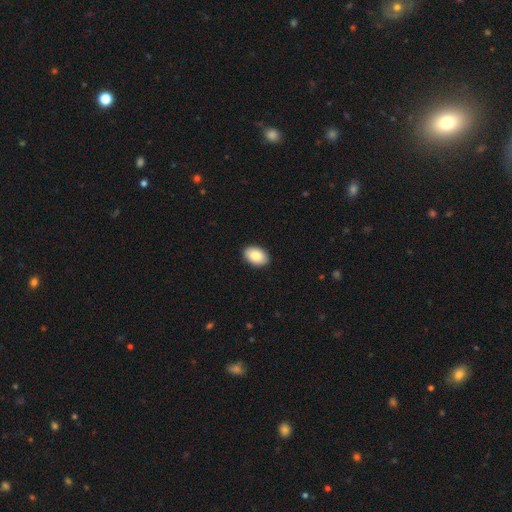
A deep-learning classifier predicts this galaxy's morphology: type=smooth (88%); roundness=in between (88%); merging=none (90%).